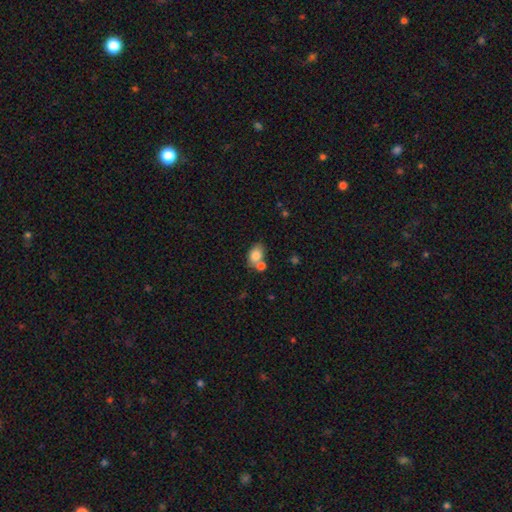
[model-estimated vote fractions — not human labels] smooth 80%, featured or disk 11%, star or artifact 8%. Down the decision tree: how rounded — in between (79%); merging — none (48%).